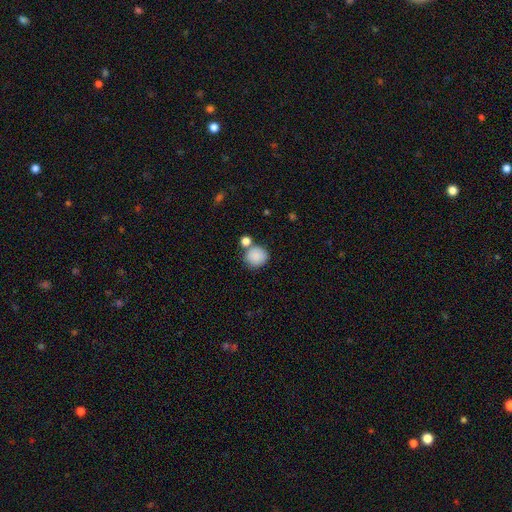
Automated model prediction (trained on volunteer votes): Morphology: type=smooth (87%); roundness=round (88%); merging=none (66%).